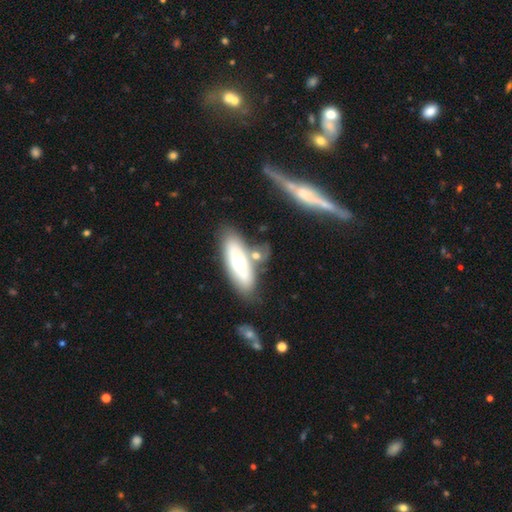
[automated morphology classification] A smooth galaxy with no disk features (50%).

Vote fractions:
- Smooth or featured? smooth: 50% / featured or disk: 43% / star or artifact: 7%
- Merging? none: 60% / merger: 19% / minor disturbance: 15% / major disturbance: 6%